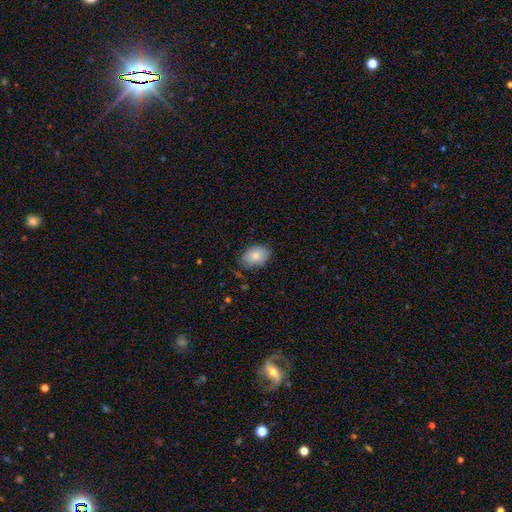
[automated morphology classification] A smooth galaxy with no disk features (84%) that is in between round and cigar-shaped (85%).

Vote fractions:
- Smooth or featured? smooth: 84% / featured or disk: 9% / star or artifact: 7%
- How rounded? in between: 85% / round: 14% / cigar-shaped: 1%
- Merging? none: 77% / minor disturbance: 18% / major disturbance: 3% / merger: 1%